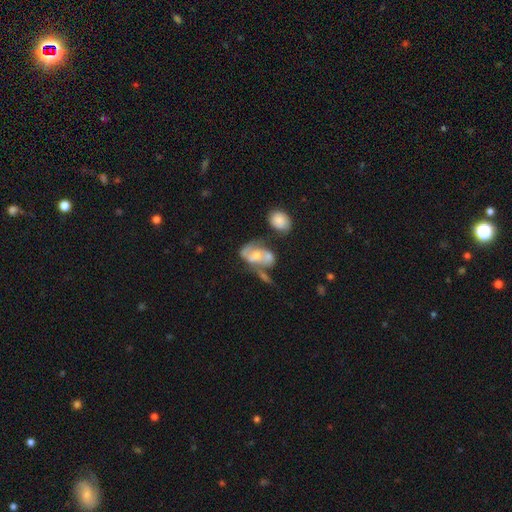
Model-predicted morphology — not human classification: type=featured or disk (54%); edge-on=no (95%); bar=no (73%); spiral arms=no (53%); bulge=moderate (49%); merging=merger (44%).